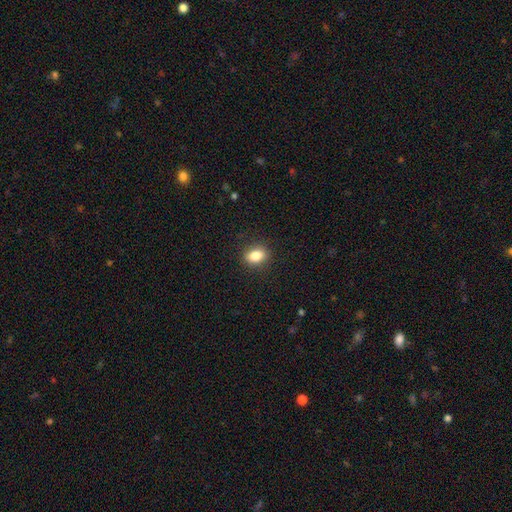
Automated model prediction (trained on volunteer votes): Smooth or featured? smooth (85%)
How rounded? in between (72%)
Merging? none (88%)